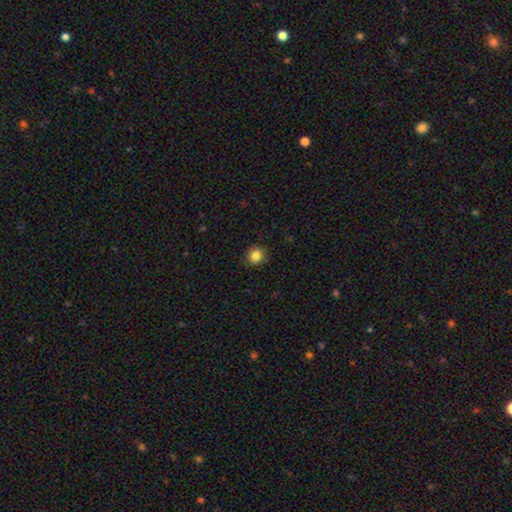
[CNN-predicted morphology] Overall: smooth (85%). How rounded: round (85%). Merging: none (89%).